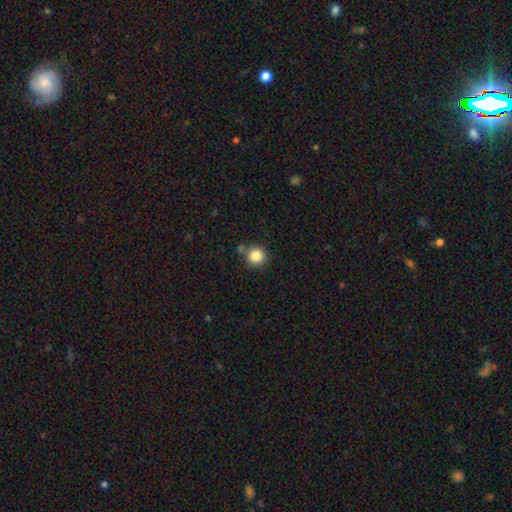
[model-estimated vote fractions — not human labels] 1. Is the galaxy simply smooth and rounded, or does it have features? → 85% smooth, 10% star or artifact, 5% featured or disk.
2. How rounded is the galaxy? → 94% round, 5% in between, 1% cigar-shaped.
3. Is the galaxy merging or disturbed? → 79% none, 9% minor disturbance, 8% merger, 3% major disturbance.